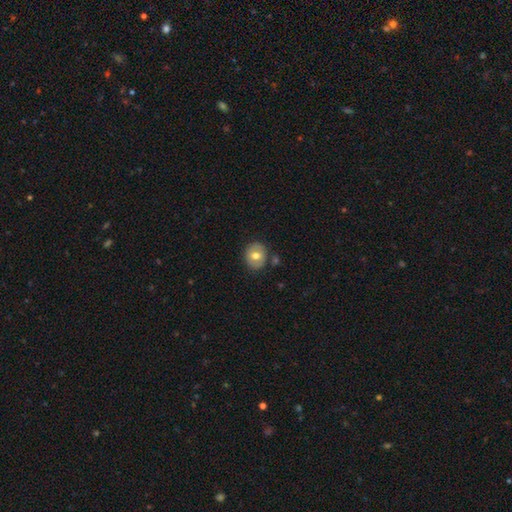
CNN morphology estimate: Smooth or featured? smooth (61%)
How rounded? round (75%)
Merging? none (80%)